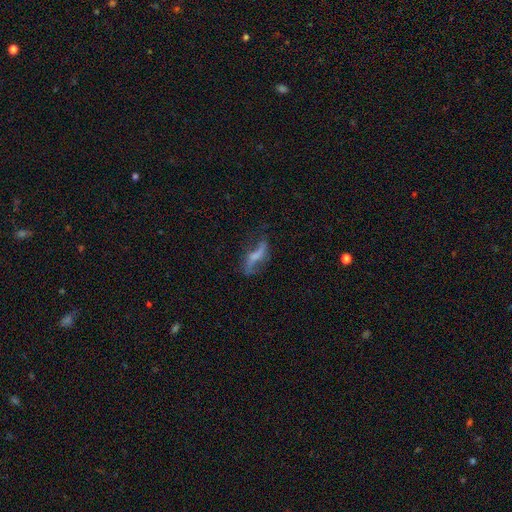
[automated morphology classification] A featured or disk galaxy (61%). Merging: none (53%).